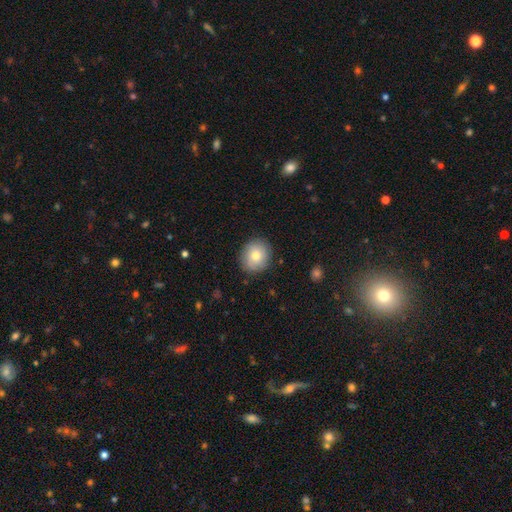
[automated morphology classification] smooth 77%, featured or disk 15%, star or artifact 8%. Down the decision tree: how rounded — round (80%); merging — none (86%).